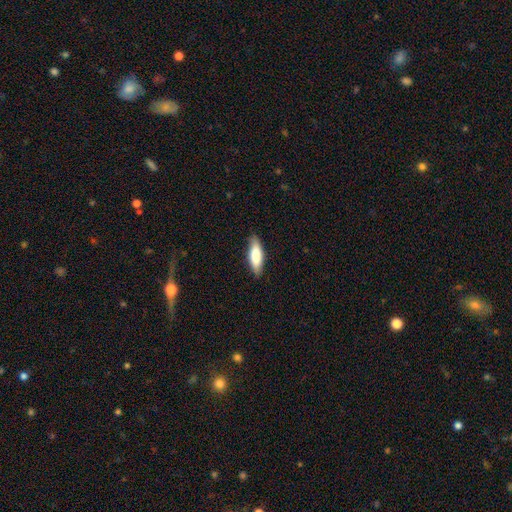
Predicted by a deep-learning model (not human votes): Q: Smooth or featured?
A: smooth (78%); runner-up: featured or disk (16%)
Q: How rounded?
A: in between (58%); runner-up: cigar-shaped (41%)
Q: Merging?
A: none (86%); runner-up: minor disturbance (11%)